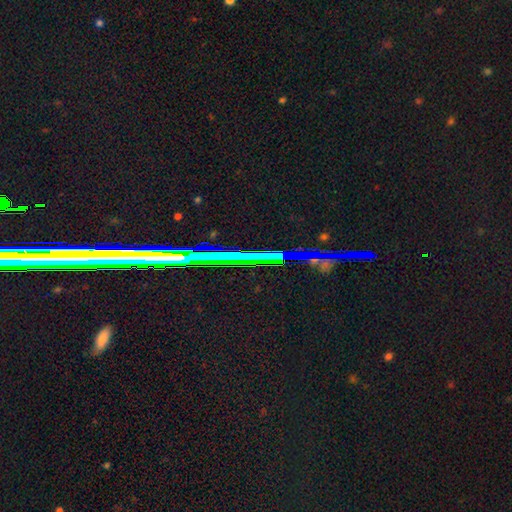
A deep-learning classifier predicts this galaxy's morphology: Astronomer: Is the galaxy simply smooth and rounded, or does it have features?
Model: star or artifact — 80%.